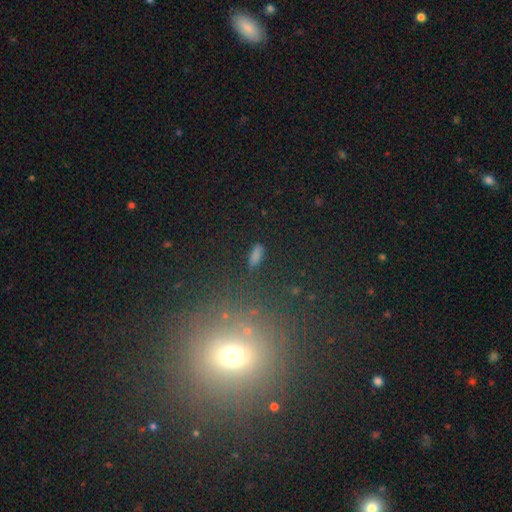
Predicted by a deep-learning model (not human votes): Smooth or featured?
  - smooth: 48% *
  - star or artifact: 40%
  - featured or disk: 12%
Merging?
  - none: 81% *
  - minor disturbance: 9%
  - merger: 5%
  - major disturbance: 5%